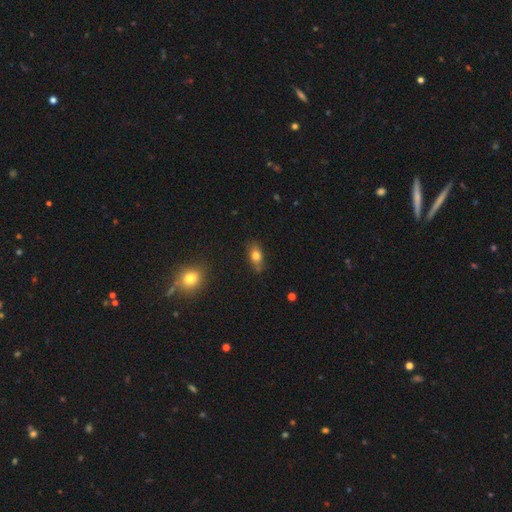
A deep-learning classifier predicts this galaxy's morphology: Smooth or featured?
  - smooth: 76% *
  - featured or disk: 14%
  - star or artifact: 10%
How rounded?
  - in between: 80% *
  - round: 14%
  - cigar-shaped: 6%
Merging?
  - none: 74% *
  - minor disturbance: 20%
  - major disturbance: 4%
  - merger: 3%